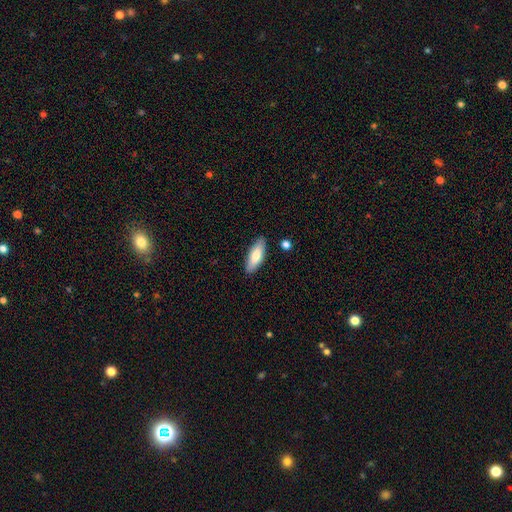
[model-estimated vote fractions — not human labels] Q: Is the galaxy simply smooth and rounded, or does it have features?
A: smooth — 72%.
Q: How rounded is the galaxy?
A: in between — 67%.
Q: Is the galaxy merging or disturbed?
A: none — 85%.